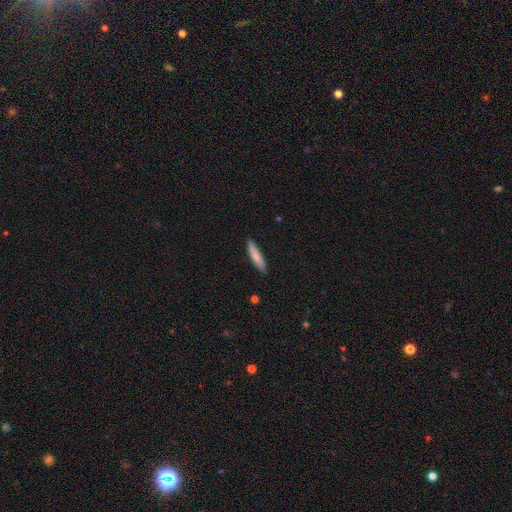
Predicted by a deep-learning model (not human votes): smooth_or_featured: smooth (p=0.80) [alt: featured or disk p=0.14]
how_rounded: cigar-shaped (p=0.82) [alt: in between p=0.17]
merging: none (p=0.88) [alt: minor disturbance p=0.09]